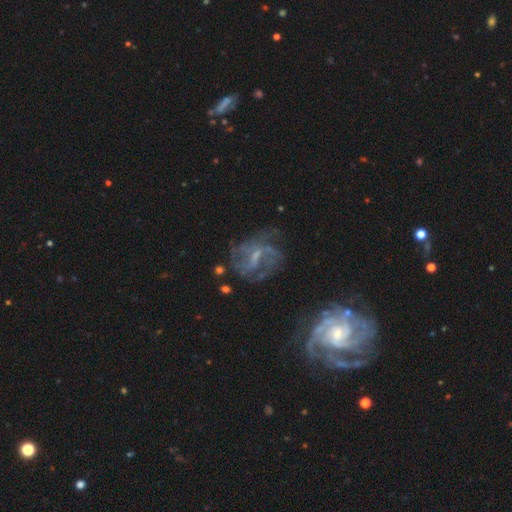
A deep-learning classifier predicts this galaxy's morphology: smooth-or-featured: featured or disk: 75% | smooth: 13% | star or artifact: 12%
  disk-edge-on: no: 96% | yes: 4%
    bar: weak: 51% | no: 27% | strong: 23%
    has-spiral-arms: yes: 80% | no: 20%
      spiral-winding: medium: 43% | loose: 29% | tight: 28%
      spiral-arm-count: can't tell: 38% | 2: 28% | 3: 17% | 4: 7% | 1: 6% | more than 4: 4%
    bulge-size: small: 48% | none: 25% | moderate: 24% | large: 2% | dominant: 1%
  merging: none: 54% | major disturbance: 22% | minor disturbance: 19% | merger: 5%